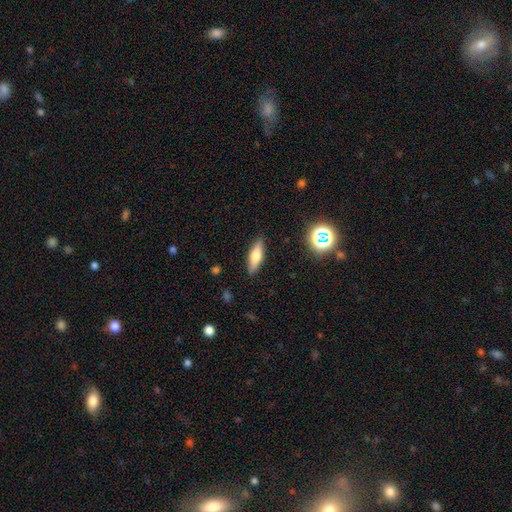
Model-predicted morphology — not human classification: Overall: smooth (59%; featured or disk 33%). How rounded: cigar-shaped (51%; in between 47%). Merging: none (88%).